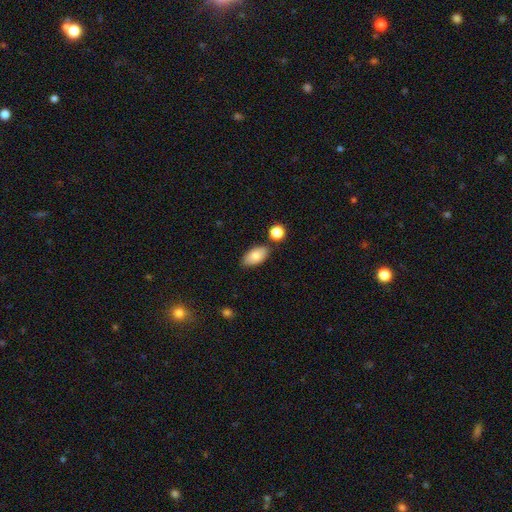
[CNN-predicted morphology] smooth_or_featured: smooth (p=0.81) [alt: featured or disk p=0.11]
how_rounded: in between (p=0.93) [alt: round p=0.04]
merging: none (p=0.79) [alt: minor disturbance p=0.13]